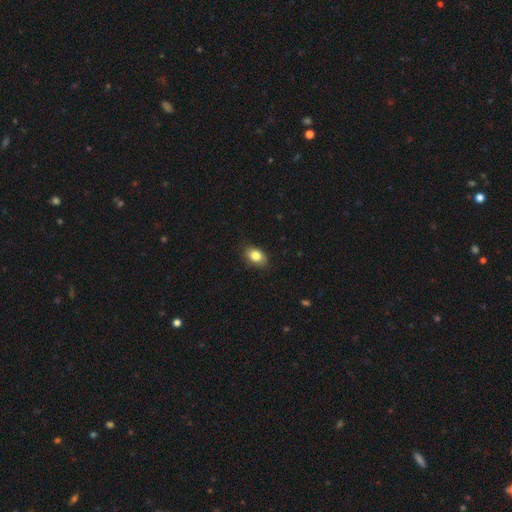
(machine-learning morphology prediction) type=smooth (84%); roundness=in between (81%); merging=none (83%).